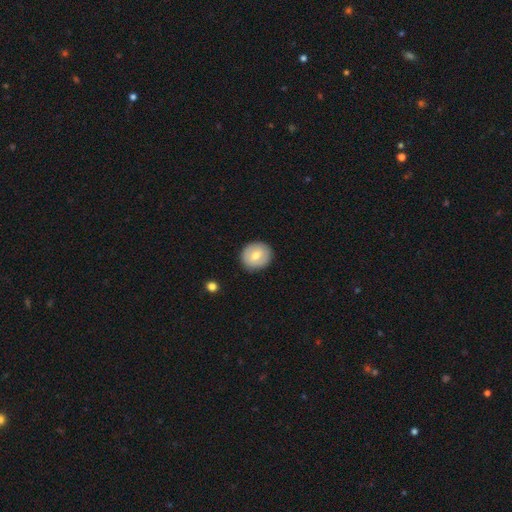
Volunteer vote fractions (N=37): A smooth galaxy with no disk features (59%) that is round (95%).

Vote fractions:
- Smooth or featured? smooth: 59% / featured or disk: 32% / star or artifact: 8%
- How rounded? round: 95% / in between: 5% / cigar-shaped: 0%
- Merging? none: 82% / minor disturbance: 15% / major disturbance: 3% / merger: 0%